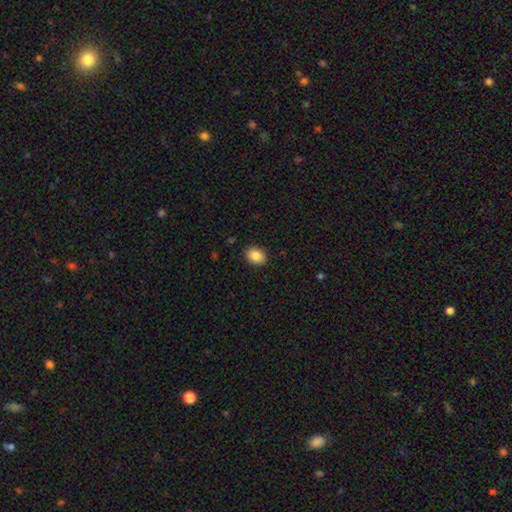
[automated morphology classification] smooth-or-featured: smooth: 87% | star or artifact: 8% | featured or disk: 5%
  how-rounded: in between: 68% | round: 31% | cigar-shaped: 1%
  merging: none: 89% | minor disturbance: 8% | major disturbance: 2% | merger: 1%